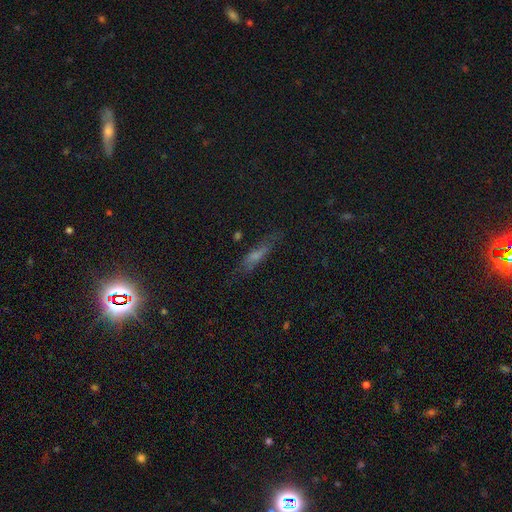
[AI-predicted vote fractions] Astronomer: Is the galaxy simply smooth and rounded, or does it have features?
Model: smooth — 48% (runner-up: featured or disk, 31%).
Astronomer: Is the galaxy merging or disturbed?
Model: none — 72%.